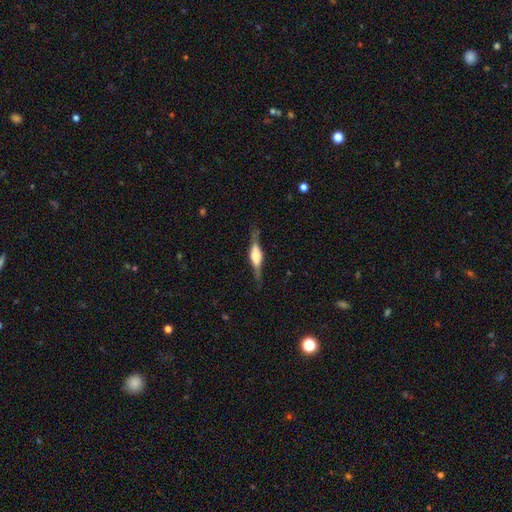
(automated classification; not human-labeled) Smooth or featured? Predicted: featured or disk (p=0.69). Edge-on disk? Predicted: yes (p=0.95). Edge-on bulge? Predicted: rounded (p=0.68). Merging? Predicted: none (p=0.79).